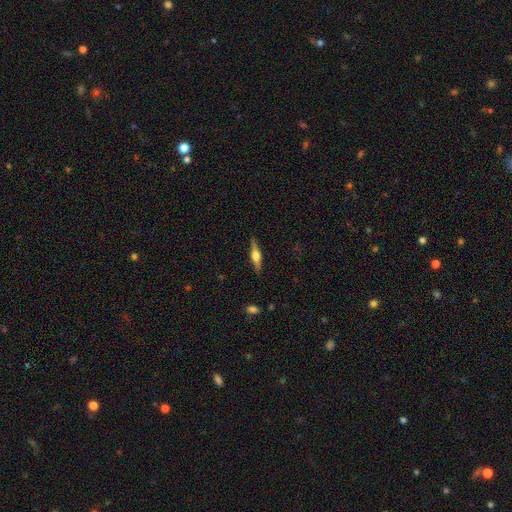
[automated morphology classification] Smooth or featured? featured or disk (74%)
Edge-on disk? yes (98%)
Edge-on bulge? rounded (93%)
Merging? none (90%)